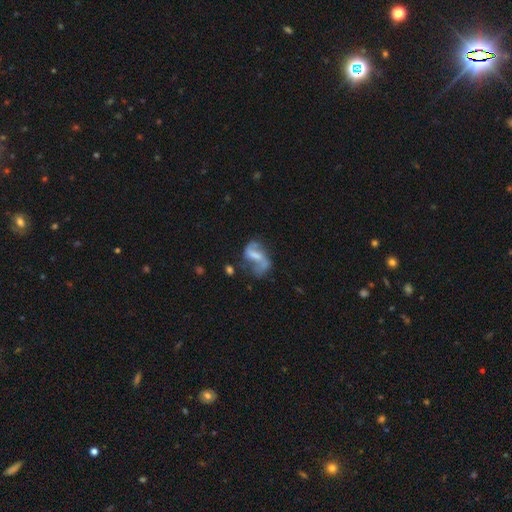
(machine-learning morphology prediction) Smooth or featured: featured or disk — 76% (smooth — 17%)
Edge-on disk: no — 97% (yes — 3%)
Bar: weak — 44% (strong — 30%)
Spiral arms: yes — 85% (no — 15%)
Spiral winding: loose — 67% (medium — 27%)
Spiral arm count: 2 — 86% (1 — 6%)
Bulge size: none — 40% (small — 26%)
Merging: none — 44% (major disturbance — 25%)